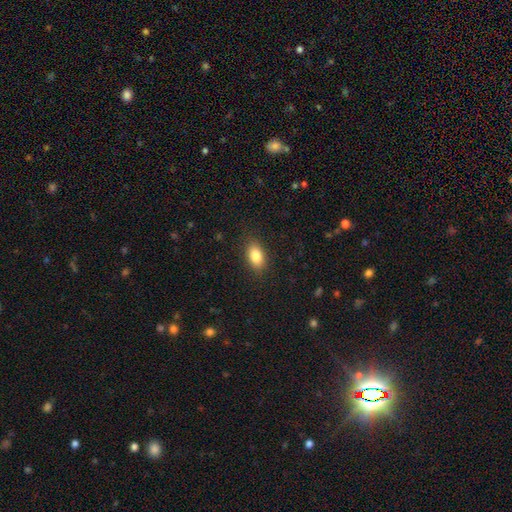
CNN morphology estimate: smooth-or-featured: smooth: 84% | star or artifact: 8% | featured or disk: 8%
  how-rounded: in between: 89% | round: 7% | cigar-shaped: 4%
  merging: none: 87% | minor disturbance: 10% | major disturbance: 3% | merger: 1%